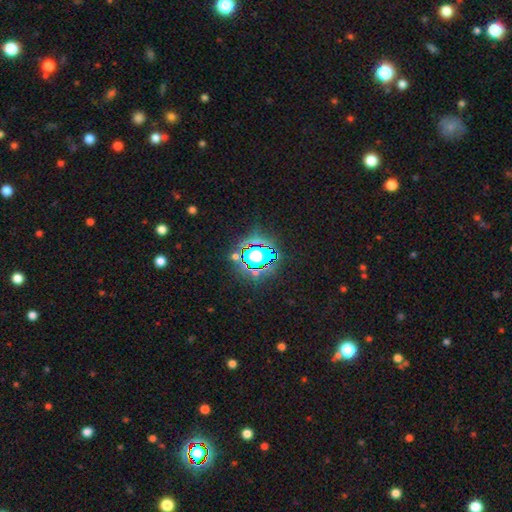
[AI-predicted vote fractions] star or artifact 61%, smooth 27%, featured or disk 12%.